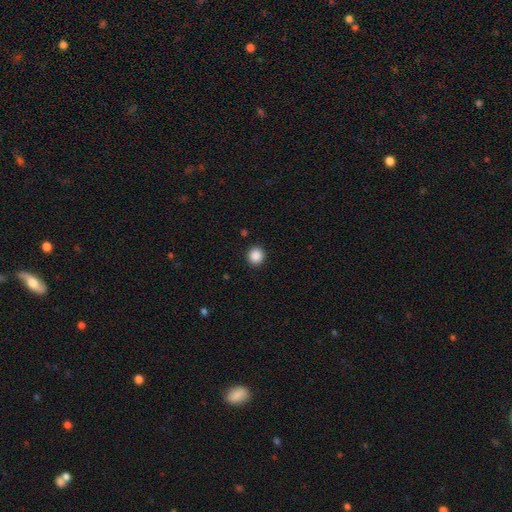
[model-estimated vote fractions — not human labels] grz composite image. It shows a smooth galaxy with no disk features (88%) that is round (90%). Merging: none (91%).